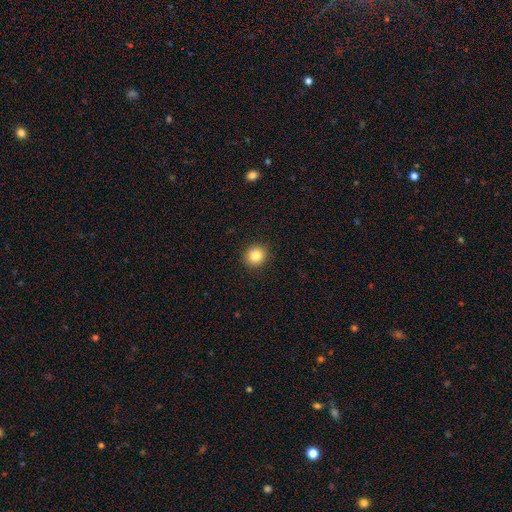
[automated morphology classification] smooth_or_featured: smooth (p=0.84) [alt: star or artifact p=0.10]
how_rounded: round (p=0.86) [alt: in between p=0.13]
merging: none (p=0.92) [alt: minor disturbance p=0.06]